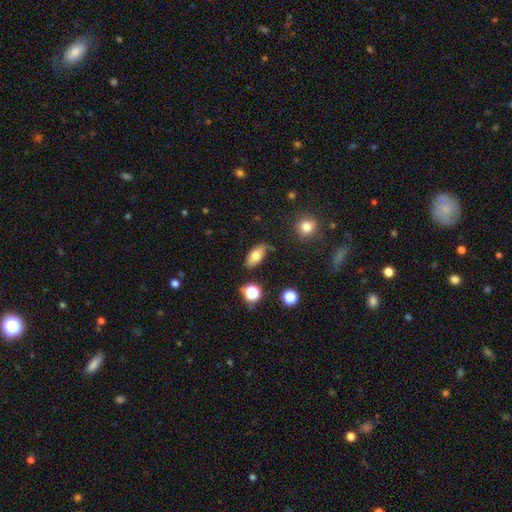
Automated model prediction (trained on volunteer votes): Smooth or featured?
  - smooth: 75% *
  - featured or disk: 16%
  - star or artifact: 9%
How rounded?
  - in between: 87% *
  - cigar-shaped: 8%
  - round: 5%
Merging?
  - none: 75% *
  - minor disturbance: 17%
  - merger: 4%
  - major disturbance: 4%